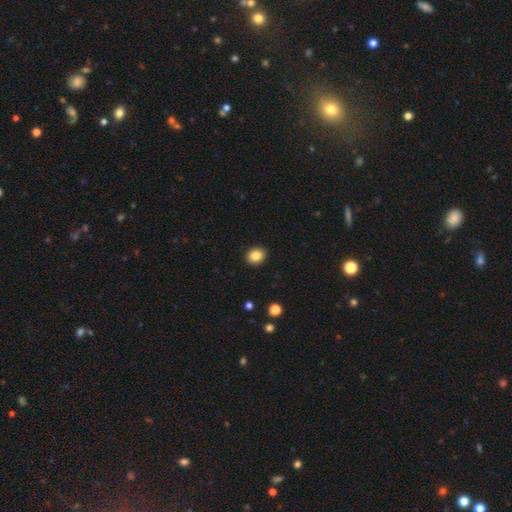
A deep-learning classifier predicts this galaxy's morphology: smooth-or-featured: smooth: 85% | star or artifact: 10% | featured or disk: 6%
  how-rounded: round: 60% | in between: 40% | cigar-shaped: 1%
  merging: none: 91% | minor disturbance: 6% | major disturbance: 2% | merger: 1%